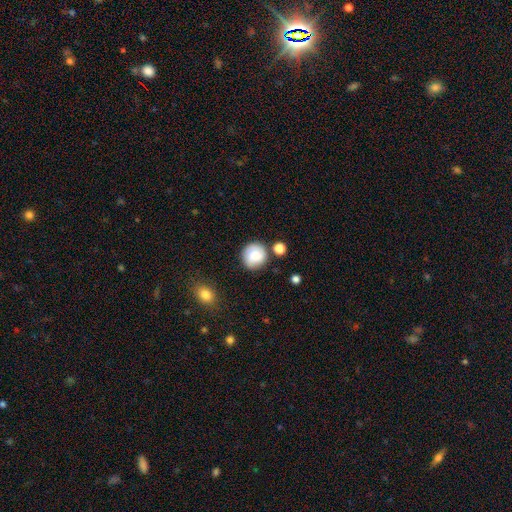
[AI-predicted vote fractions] Smooth or featured? smooth (80%)
How rounded? round (91%)
Merging? none (77%)